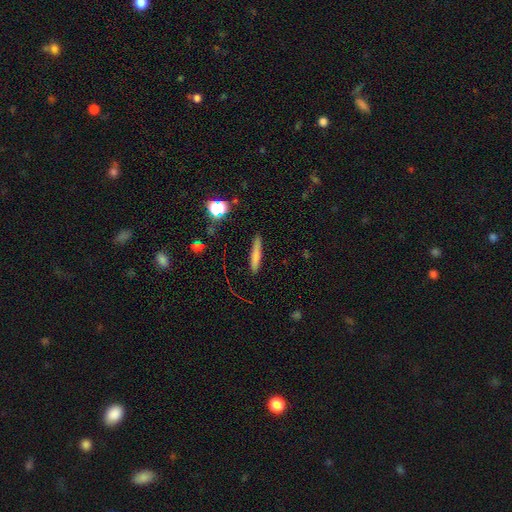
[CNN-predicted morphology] A smooth galaxy with no disk features (71%) that is cigar-shaped (91%).

Vote fractions:
- Smooth or featured? smooth: 71% / featured or disk: 19% / star or artifact: 10%
- How rounded? cigar-shaped: 91% / in between: 7% / round: 2%
- Merging? none: 87% / minor disturbance: 10% / major disturbance: 2% / merger: 2%